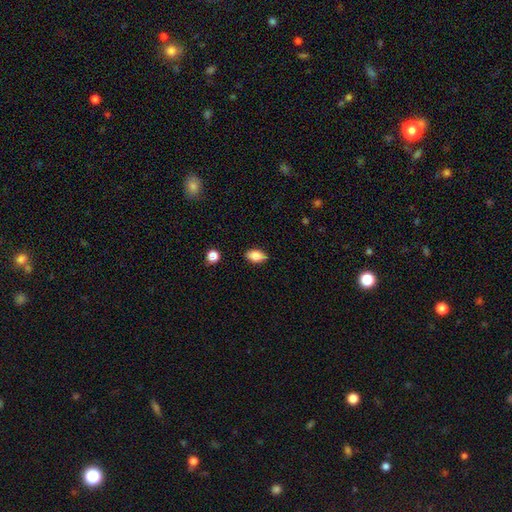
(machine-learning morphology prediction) This appears to be a smooth galaxy with no disk features (84%) that is in between round and cigar-shaped (90%). Merging: none (86%).